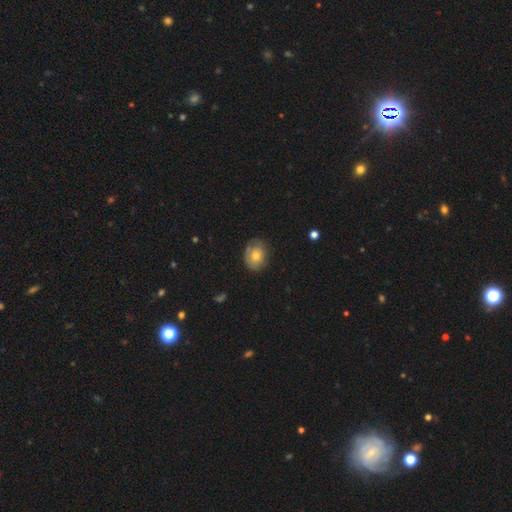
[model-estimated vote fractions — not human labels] A smooth galaxy with no disk features (66%) that is in between round and cigar-shaped (51%).

Vote fractions:
- Smooth or featured? smooth: 66% / featured or disk: 26% / star or artifact: 8%
- How rounded? in between: 51% / round: 48% / cigar-shaped: 1%
- Merging? none: 67% / minor disturbance: 25% / major disturbance: 6% / merger: 1%